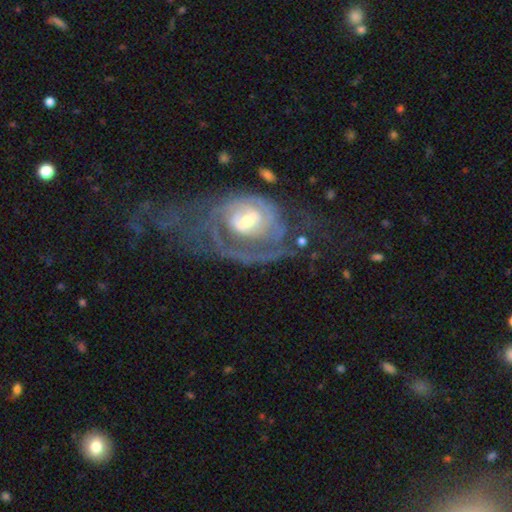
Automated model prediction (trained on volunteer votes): smooth_or_featured: featured or disk (p=0.79) [alt: smooth p=0.13]
disk_edge_on: no (p=0.94) [alt: yes p=0.06]
bar: no (p=0.61) [alt: weak p=0.30]
has_spiral_arms: yes (p=0.74) [alt: no p=0.26]
spiral_winding: tight (p=0.49) [alt: medium p=0.33]
spiral_arm_count: can't tell (p=0.40) [alt: 2 p=0.29]
bulge_size: moderate (p=0.62) [alt: small p=0.23]
merging: major disturbance (p=0.46) [alt: none p=0.32]